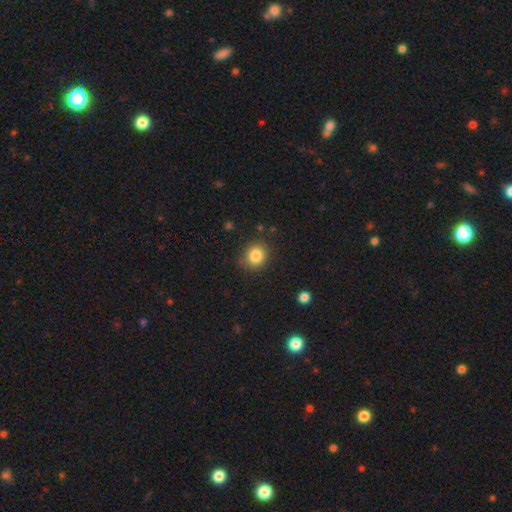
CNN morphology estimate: Smooth or featured?
  - smooth: 83% *
  - star or artifact: 11%
  - featured or disk: 6%
How rounded?
  - round: 81% *
  - in between: 18%
  - cigar-shaped: 1%
Merging?
  - none: 83% *
  - minor disturbance: 12%
  - major disturbance: 3%
  - merger: 2%